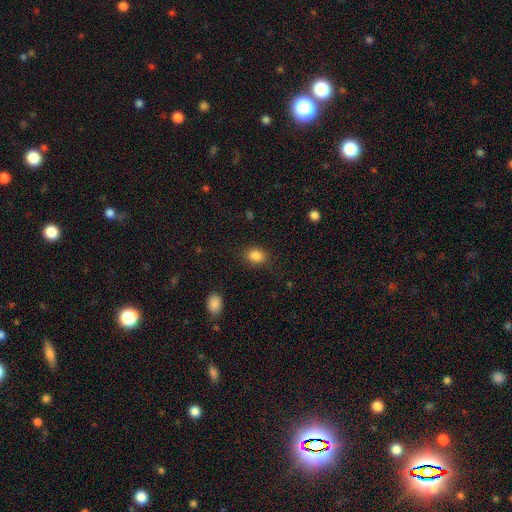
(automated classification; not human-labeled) The model was most divided on "how rounded": in between: 61%, round: 38%, cigar-shaped: 1%. More confident: smooth or featured — smooth (86%); merging — none (84%).